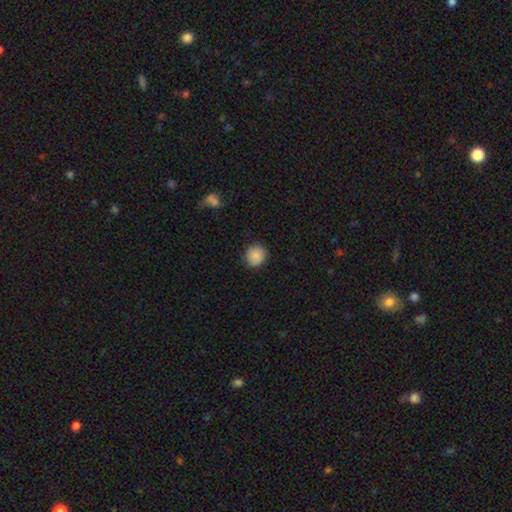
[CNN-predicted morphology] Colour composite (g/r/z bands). It shows a smooth galaxy with no disk features (88%) that is round (89%). Merging: none (88%).